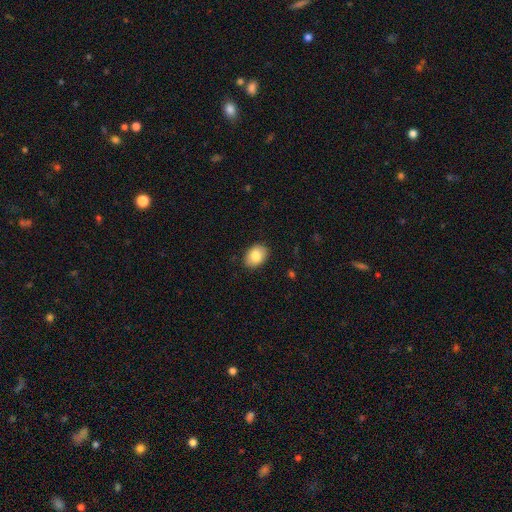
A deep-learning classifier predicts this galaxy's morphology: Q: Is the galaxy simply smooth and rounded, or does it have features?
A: smooth — 84%.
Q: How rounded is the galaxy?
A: in between — 77%.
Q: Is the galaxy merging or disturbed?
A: none — 88%.